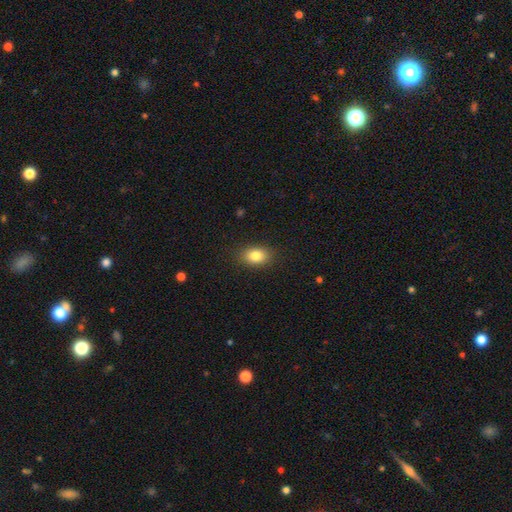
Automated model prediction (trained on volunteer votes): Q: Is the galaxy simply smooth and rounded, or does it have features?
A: smooth — 83%.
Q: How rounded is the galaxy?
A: in between — 77%.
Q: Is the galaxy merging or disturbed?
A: none — 88%.